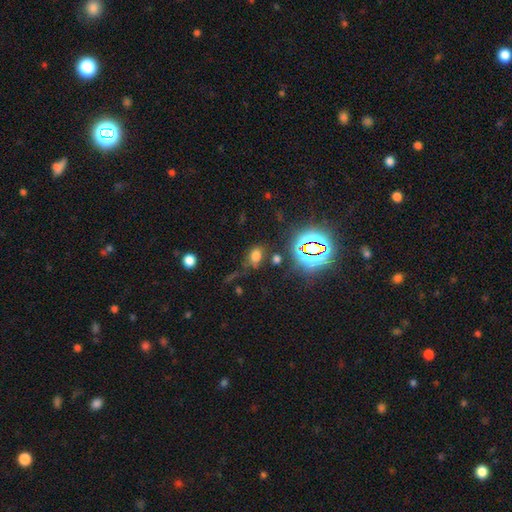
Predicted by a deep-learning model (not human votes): A smooth galaxy with no disk features (57%) that is in between round and cigar-shaped (79%).

Vote fractions:
- Smooth or featured? smooth: 57% / star or artifact: 33% / featured or disk: 10%
- How rounded? in between: 79% / round: 18% / cigar-shaped: 2%
- Merging? none: 61% / minor disturbance: 19% / major disturbance: 13% / merger: 8%